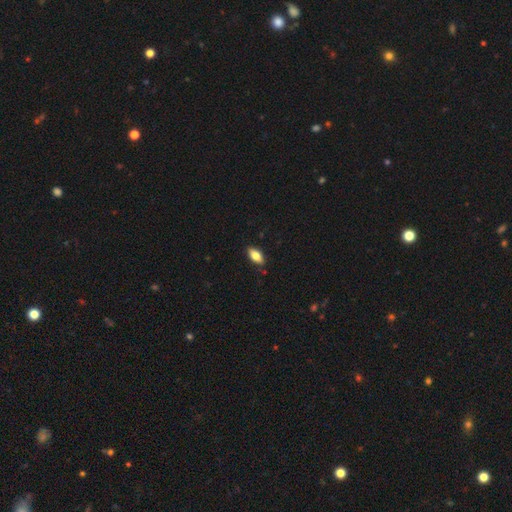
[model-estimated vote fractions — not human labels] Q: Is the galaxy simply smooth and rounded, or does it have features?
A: smooth — 77%.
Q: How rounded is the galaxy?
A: in between — 88%.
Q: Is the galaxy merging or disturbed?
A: none — 85%.